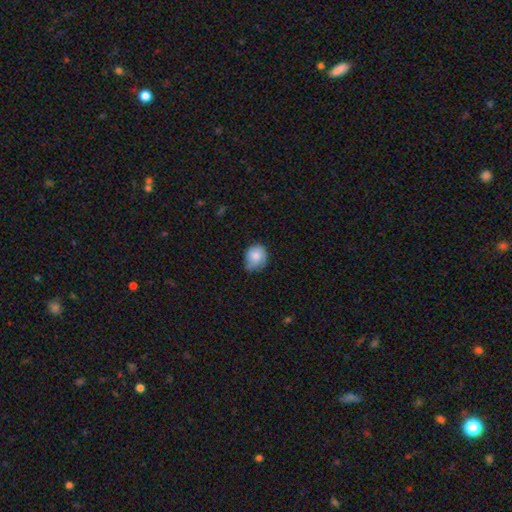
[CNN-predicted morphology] Overall: smooth (81%). How rounded: round (70%). Merging: none (57%; minor disturbance 36%).